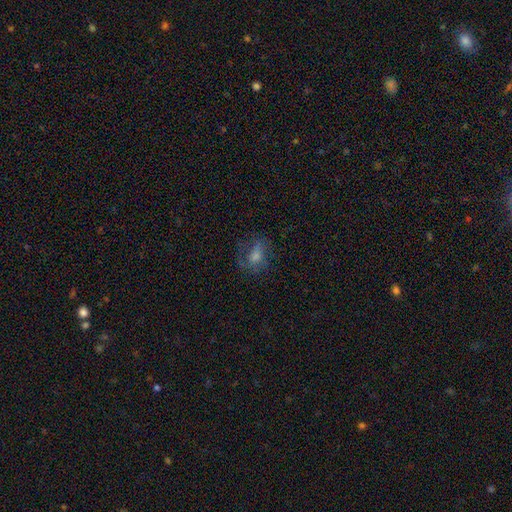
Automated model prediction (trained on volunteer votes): This is marginally a smooth galaxy (42%). Merging: possibly none (59%).